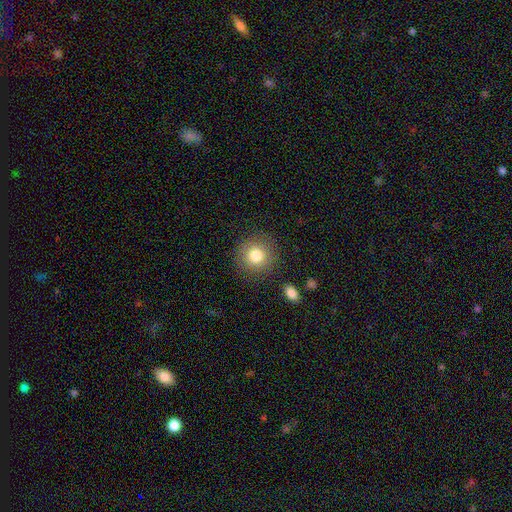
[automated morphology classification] This is clearly a smooth galaxy (80%). How rounded: clearly round (92%). Merging: clearly none (86%).